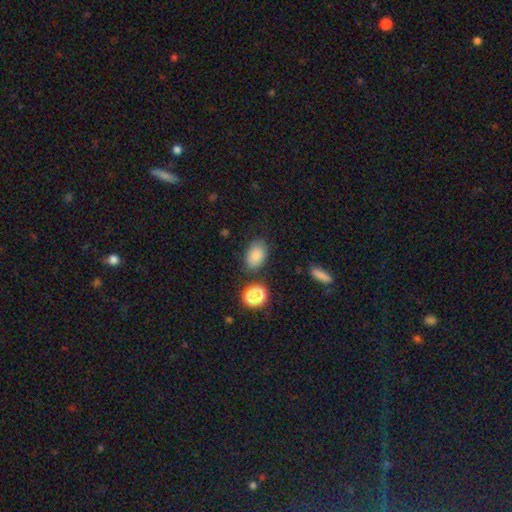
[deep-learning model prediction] Smooth or featured? smooth (82%)
How rounded? in between (81%)
Merging? none (77%)